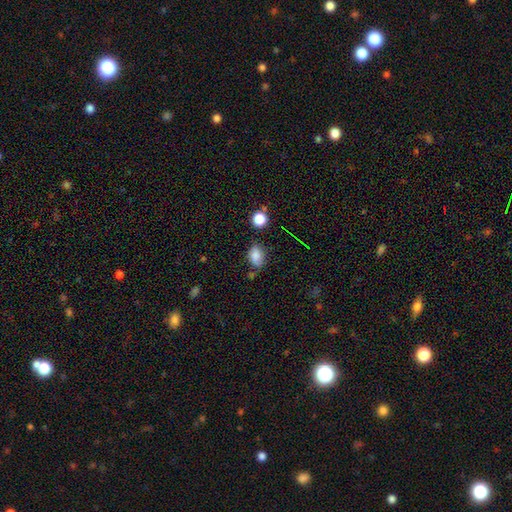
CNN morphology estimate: A smooth galaxy with no disk features (77%) that is in between round and cigar-shaped (80%).

Vote fractions:
- Smooth or featured? smooth: 77% / star or artifact: 13% / featured or disk: 10%
- How rounded? in between: 80% / round: 17% / cigar-shaped: 2%
- Merging? none: 59% / minor disturbance: 28% / major disturbance: 7% / merger: 7%